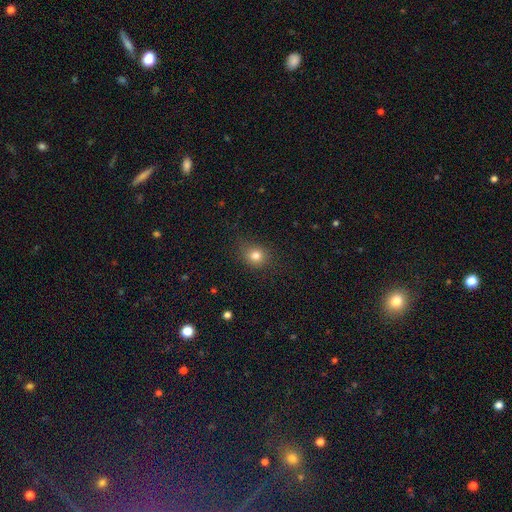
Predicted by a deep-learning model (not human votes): This is likely a smooth galaxy (79%). How rounded: likely round (75%). Merging: clearly none (81%).